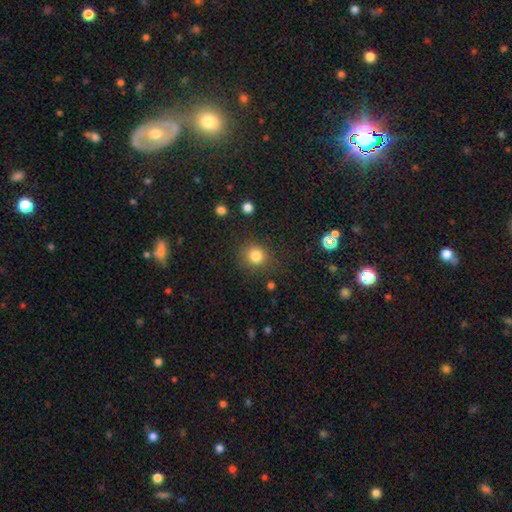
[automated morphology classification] The model was most divided on "smooth or featured": smooth: 82%, star or artifact: 12%, featured or disk: 6%. More confident: how rounded — round (85%); merging — none (84%).